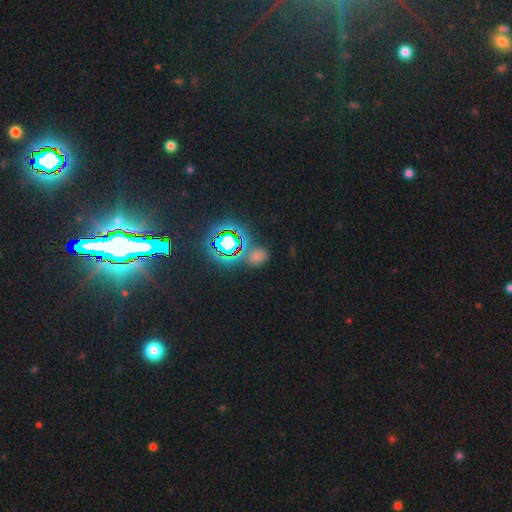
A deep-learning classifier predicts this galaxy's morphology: star or artifact 47%, smooth 44%, featured or disk 8%.